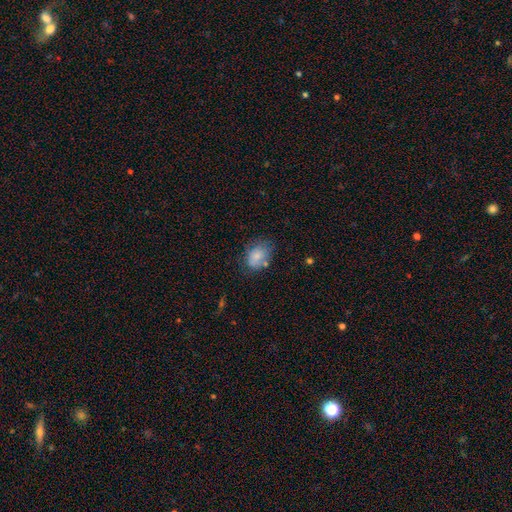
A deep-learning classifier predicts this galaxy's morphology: Smooth or featured? Predicted: smooth (p=0.75). How rounded? Predicted: in between (p=0.72). Merging? Predicted: none (p=0.58).